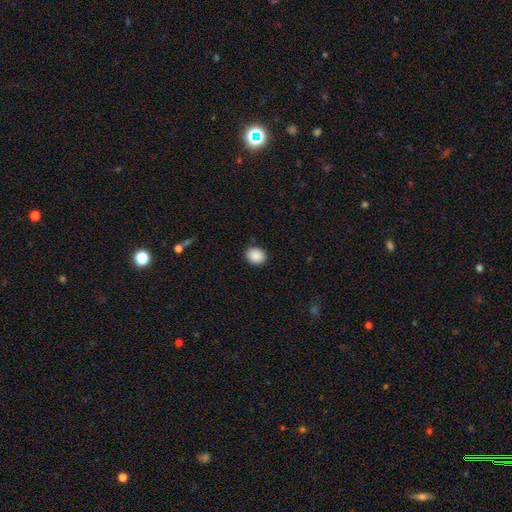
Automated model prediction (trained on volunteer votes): This is clearly a smooth galaxy (89%). How rounded: possibly round (54%). Merging: clearly none (88%).